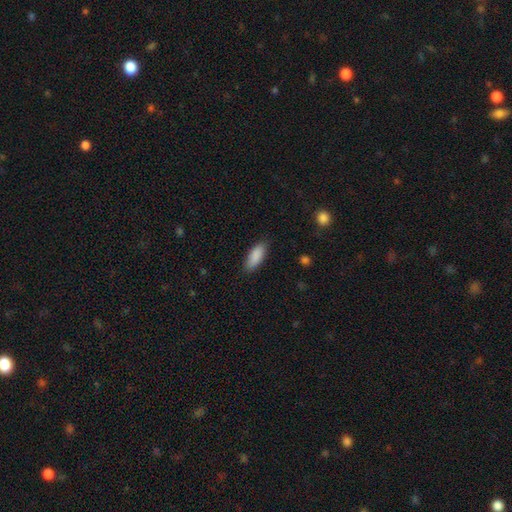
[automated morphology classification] A smooth galaxy with no disk features (89%) that is in between round and cigar-shaped (77%). Merging: none (85%).